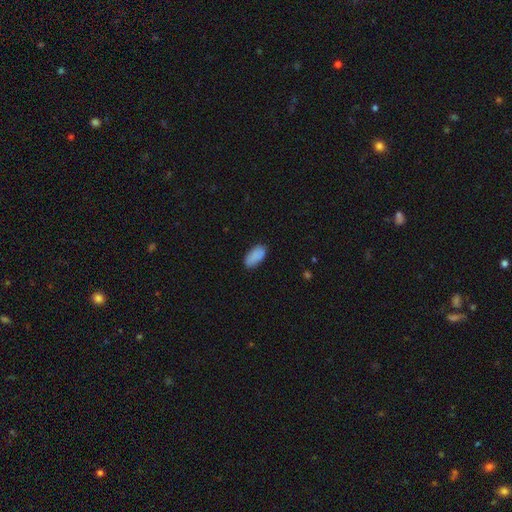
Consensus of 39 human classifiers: Smooth or featured? smooth (82%)
How rounded? in between (88%)
Merging? none (72%)